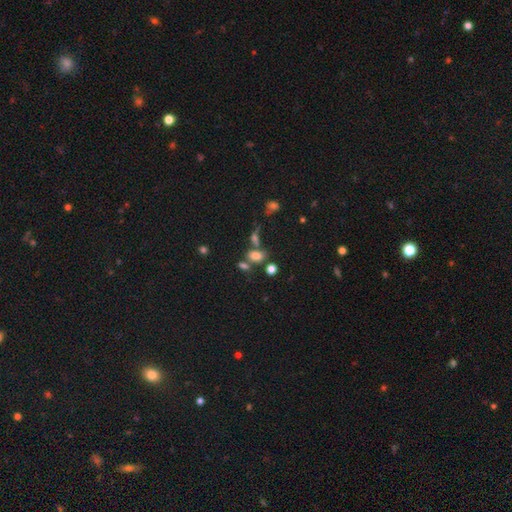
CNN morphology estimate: A smooth galaxy with no disk features (70%) that is in between round and cigar-shaped (75%). Merging: none (46%).